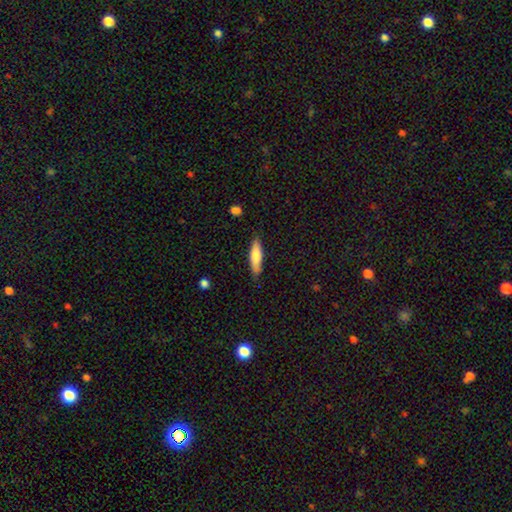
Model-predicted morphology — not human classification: Smooth or featured?
  - smooth: 72% *
  - featured or disk: 23%
  - star or artifact: 5%
How rounded?
  - cigar-shaped: 66% *
  - in between: 32%
  - round: 2%
Merging?
  - none: 83% *
  - minor disturbance: 13%
  - major disturbance: 2%
  - merger: 1%